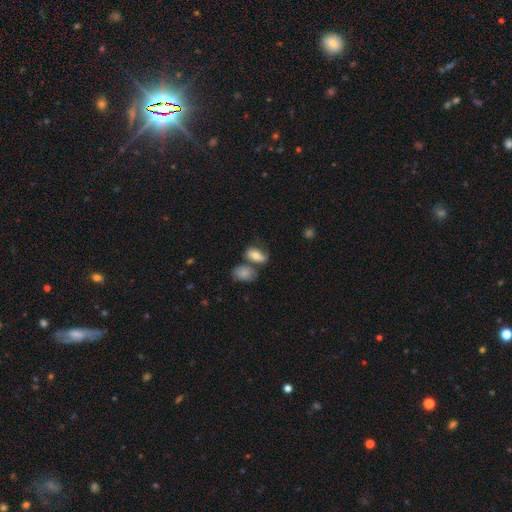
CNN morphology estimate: The model was most divided on "merging": none: 45%, merger: 25%, minor disturbance: 20%, major disturbance: 9%. More confident: how rounded — in between (86%); smooth or featured — smooth (69%).